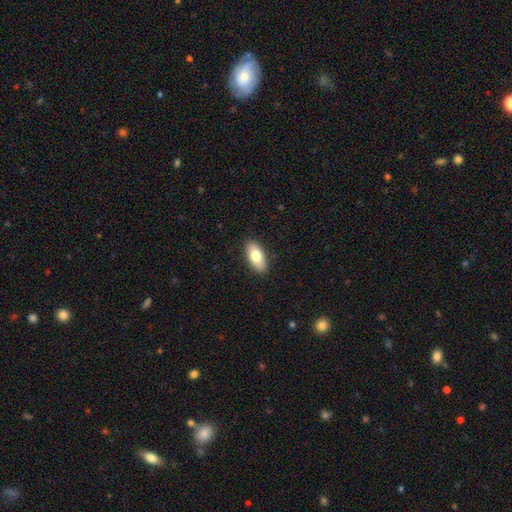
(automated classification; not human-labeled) This is likely a smooth galaxy (78%). How rounded: clearly in between (90%). Merging: clearly none (89%).